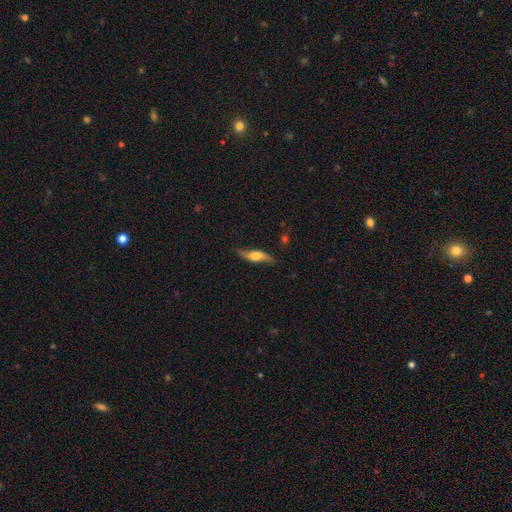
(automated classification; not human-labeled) This is possibly a featured or disk galaxy (53%). It is possibly viewed edge-on (59%). Merging: likely none (74%).